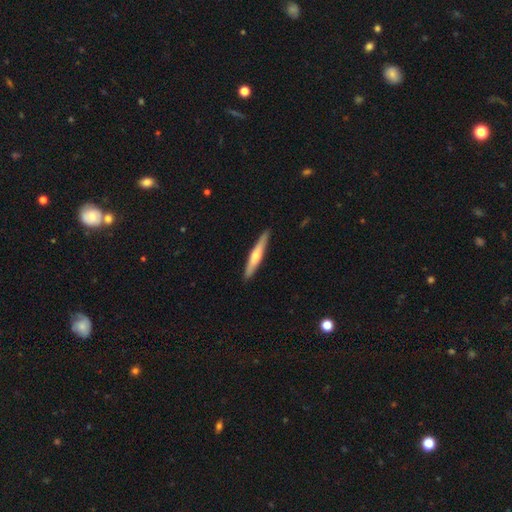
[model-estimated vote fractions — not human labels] Smooth or featured? Predicted: featured or disk (p=0.51). Edge-on disk? Predicted: yes (p=0.95). Merging? Predicted: none (p=0.91).